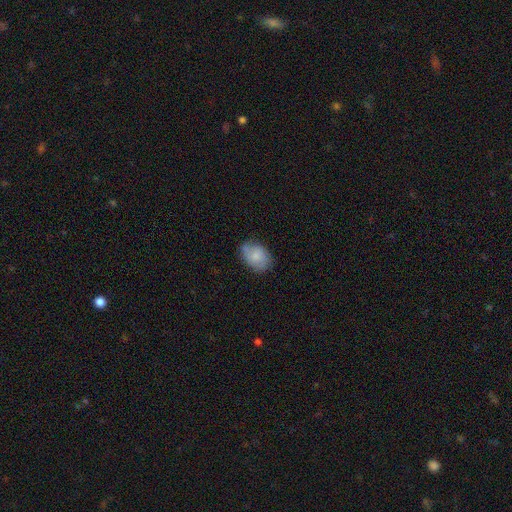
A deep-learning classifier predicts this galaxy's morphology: The model was most divided on "merging": none: 64%, minor disturbance: 27%, major disturbance: 6%, merger: 3%. More confident: how rounded — in between (79%); smooth or featured — smooth (67%).